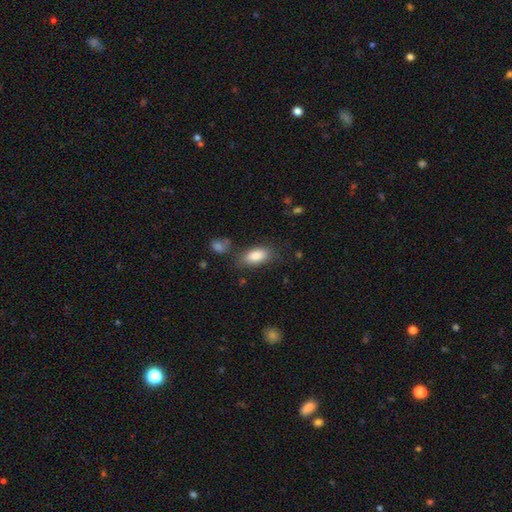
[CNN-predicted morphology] smooth_or_featured: smooth (p=0.86) [alt: featured or disk p=0.07]
how_rounded: in between (p=0.88) [alt: cigar-shaped p=0.09]
merging: none (p=0.72) [alt: minor disturbance p=0.18]